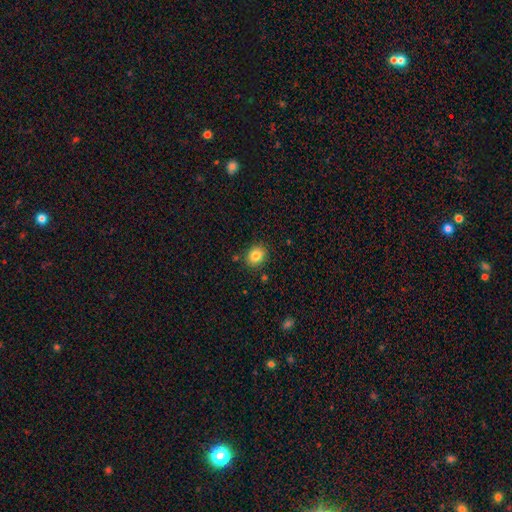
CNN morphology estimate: Overall: smooth (83%). How rounded: round (59%; in between 40%). Merging: none (86%).